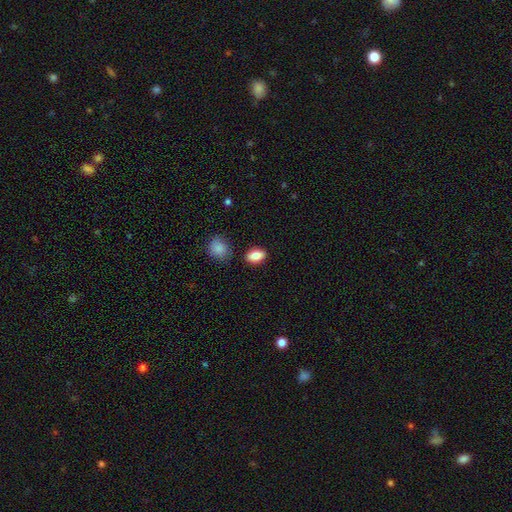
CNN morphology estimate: A smooth galaxy with no disk features (87%) that is in between round and cigar-shaped (88%). Merging: none (85%).